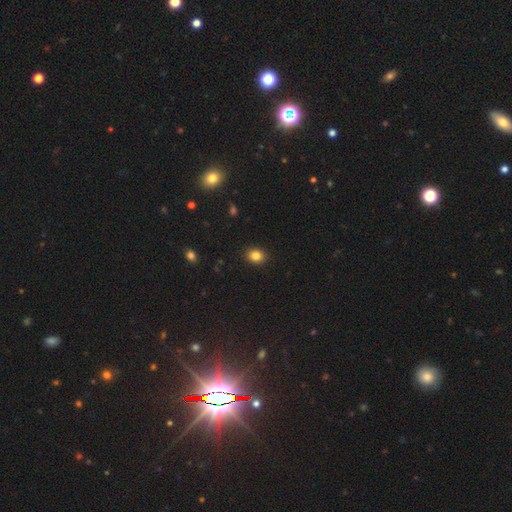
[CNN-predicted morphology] smooth 84%, star or artifact 11%, featured or disk 5%. Down the decision tree: how rounded — round (53%); merging — none (90%).